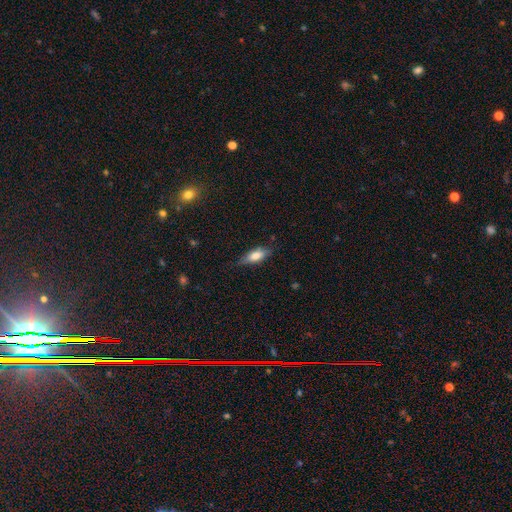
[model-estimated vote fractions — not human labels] Morphology: type=smooth (70%); roundness=in between (68%); merging=none (70%).